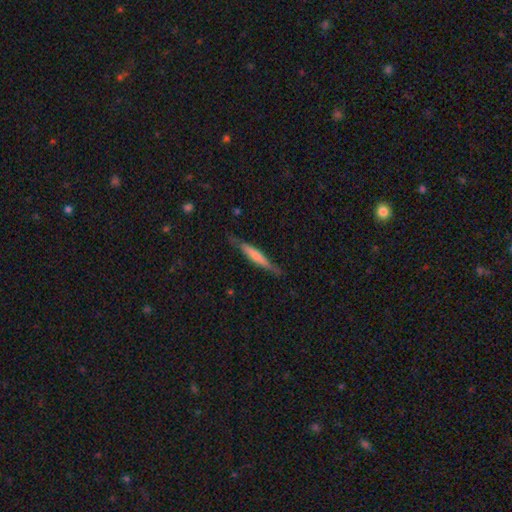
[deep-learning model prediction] smooth 52%, featured or disk 42%, star or artifact 6%. Down the decision tree: how rounded — cigar-shaped (91%); merging — none (78%).